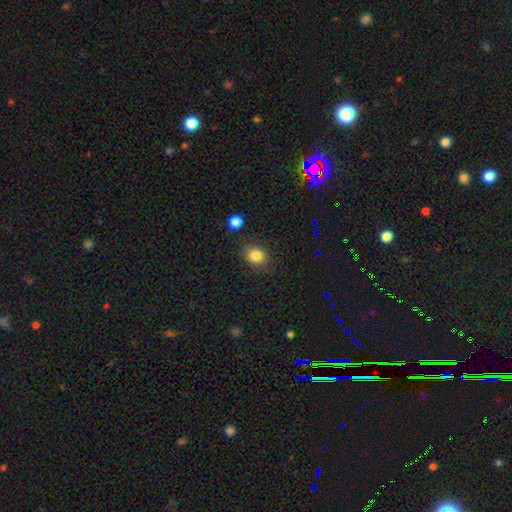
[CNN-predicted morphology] smooth 83%, star or artifact 11%, featured or disk 5%. Down the decision tree: how rounded — round (63%); merging — none (81%).